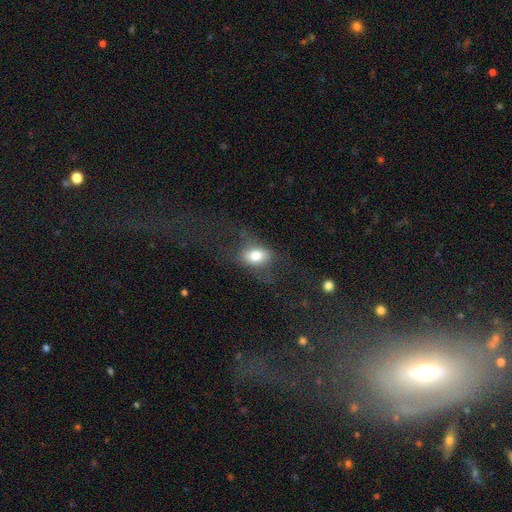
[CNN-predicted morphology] smooth_or_featured: smooth (p=0.74) [alt: featured or disk p=0.16]
how_rounded: in between (p=0.81) [alt: round p=0.16]
merging: none (p=0.53) [alt: major disturbance p=0.24]